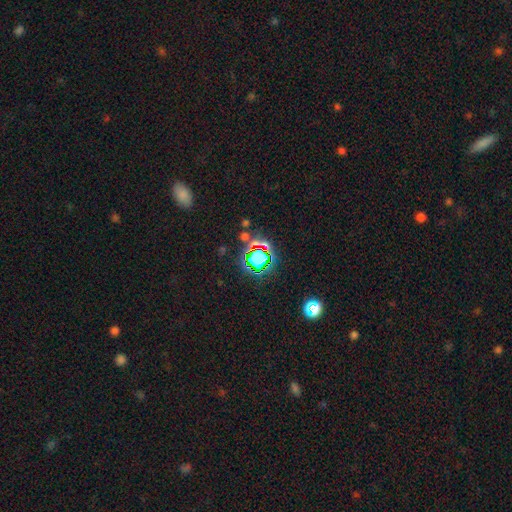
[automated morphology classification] Smooth or featured: star or artifact — 64% (smooth — 24%)